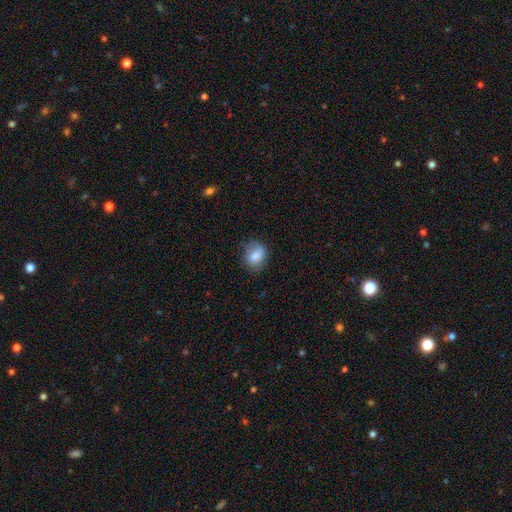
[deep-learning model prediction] Morphology: type=smooth (78%); roundness=round (54%); merging=none (60%).